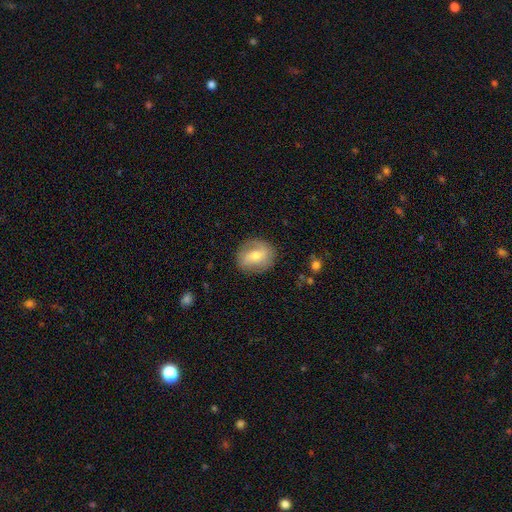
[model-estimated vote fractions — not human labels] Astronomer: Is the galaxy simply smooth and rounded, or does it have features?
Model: featured or disk — 48% (runner-up: smooth, 45%).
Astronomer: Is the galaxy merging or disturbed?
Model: none — 80%.